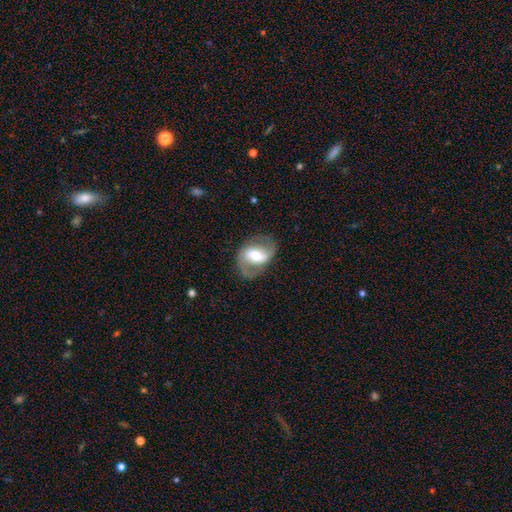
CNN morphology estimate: This is likely a featured or disk galaxy (72%). It is clearly not viewed edge-on (96%). Bar: marginally weak (39%, tied with strong). Spiral arm pattern: clearly yes (82%). Spiral arm count: clearly 2 (85%). Spiral winding: possibly medium (46%). Central bulge: possibly moderate (58%). Merging: likely none (72%).